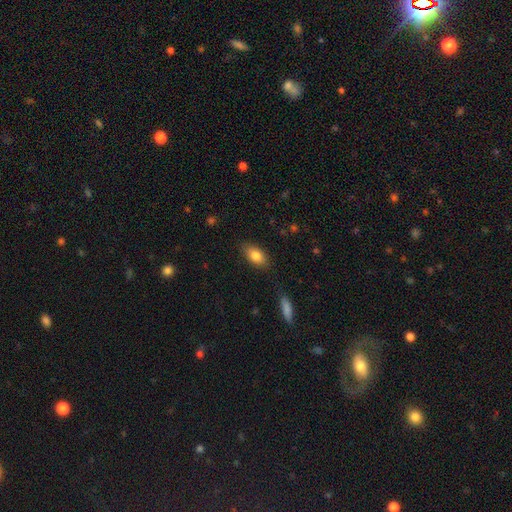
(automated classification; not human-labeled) This is clearly a smooth galaxy (82%). How rounded: clearly in between (89%). Merging: clearly none (83%).